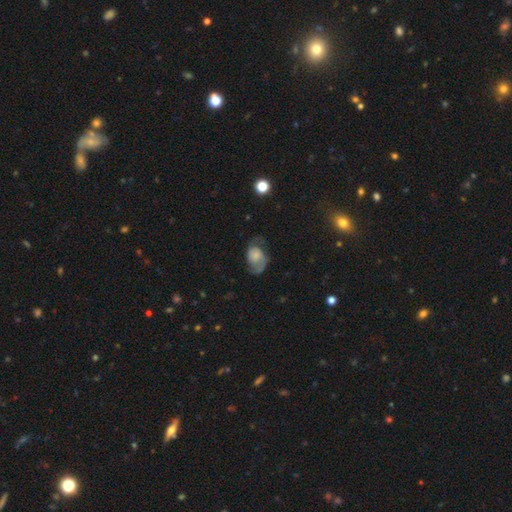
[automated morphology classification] Q: Smooth or featured?
A: featured or disk (61%); runner-up: smooth (31%)
Q: Edge-on disk?
A: no (97%); runner-up: yes (3%)
Q: Bar?
A: no (73%); runner-up: weak (23%)
Q: Spiral arms?
A: yes (87%); runner-up: no (13%)
Q: Spiral winding?
A: medium (43%); runner-up: loose (35%)
Q: Spiral arm count?
A: 2 (76%); runner-up: 1 (13%)
Q: Bulge size?
A: small (36%); runner-up: moderate (23%)
Q: Merging?
A: none (49%); runner-up: minor disturbance (26%)